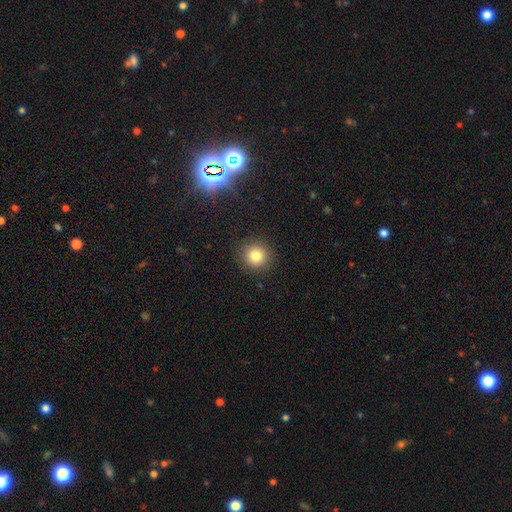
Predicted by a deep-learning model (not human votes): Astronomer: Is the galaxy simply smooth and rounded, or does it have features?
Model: smooth — 80%.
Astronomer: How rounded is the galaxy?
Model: round — 94%.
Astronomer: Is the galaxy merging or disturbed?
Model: none — 91%.